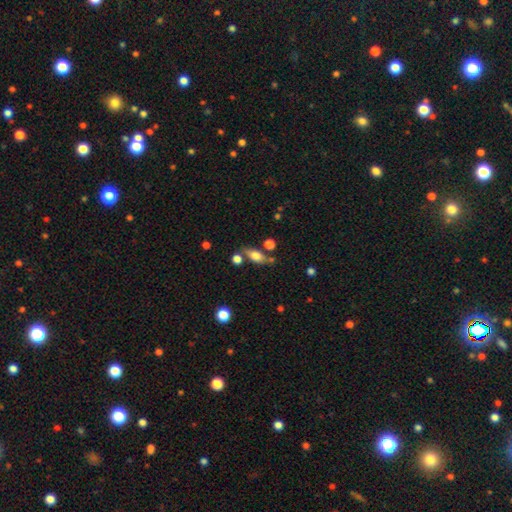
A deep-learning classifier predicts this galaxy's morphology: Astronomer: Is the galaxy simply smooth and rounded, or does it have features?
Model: smooth — 65%.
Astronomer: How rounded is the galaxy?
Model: in between — 76%.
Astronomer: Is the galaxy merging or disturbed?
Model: none — 68%.